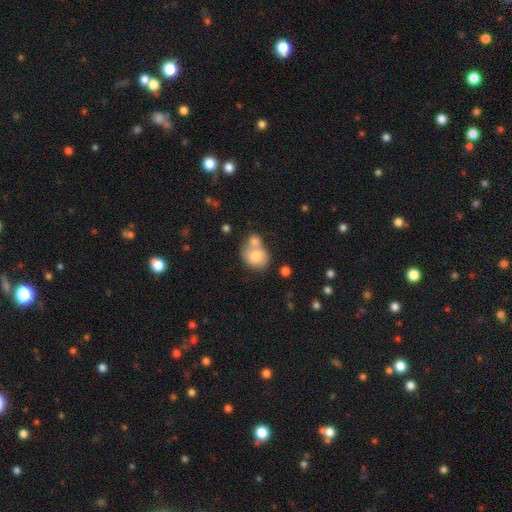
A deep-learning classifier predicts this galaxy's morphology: Overall: smooth (79%). How rounded: round (58%; in between 41%). Merging: merger (51%; none 31%).